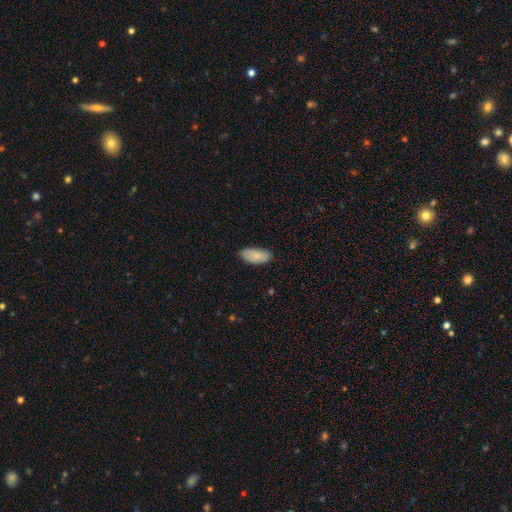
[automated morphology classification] type=smooth (86%); roundness=in between (92%); merging=none (77%).